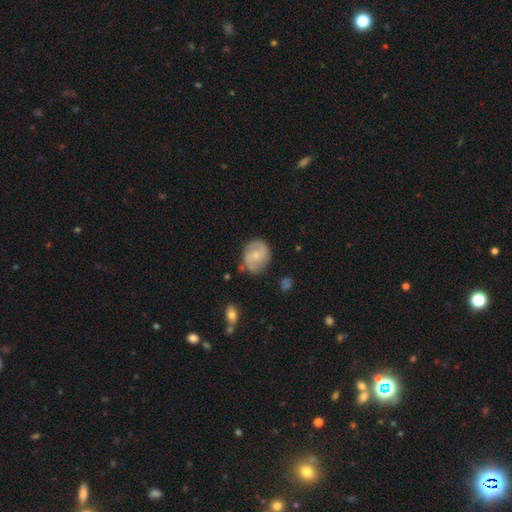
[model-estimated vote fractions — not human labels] A featured or disk galaxy (65%) with no bar (54%), 2 (82%) medium (49%) spiral arms (91%) and a small central bulge (56%).

Vote fractions:
- Smooth or featured? featured or disk: 65% / smooth: 28% / star or artifact: 6%
- Edge-on disk? no: 98% / yes: 2%
- Bar? no: 54% / weak: 40% / strong: 6%
- Spiral arms? yes: 91% / no: 9%
- Spiral winding? medium: 49% / tight: 32% / loose: 19%
- Spiral arm count? 2: 82% / can't tell: 10% / 3: 3% / 1: 3% / 4: 1% / more than 4: 1%
- Bulge size? small: 56% / moderate: 33% / none: 8% / large: 2% / dominant: 1%
- Merging? none: 72% / minor disturbance: 19% / major disturbance: 6% / merger: 3%